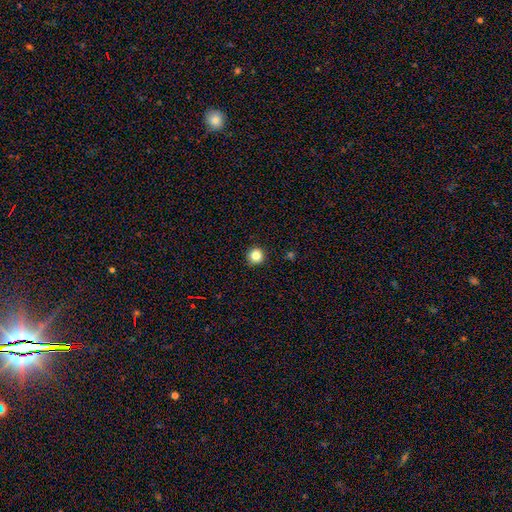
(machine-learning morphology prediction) Smooth or featured?
  - smooth: 83% *
  - star or artifact: 11%
  - featured or disk: 5%
How rounded?
  - round: 96% *
  - in between: 3%
  - cigar-shaped: 1%
Merging?
  - none: 93% *
  - minor disturbance: 5%
  - major disturbance: 1%
  - merger: 1%